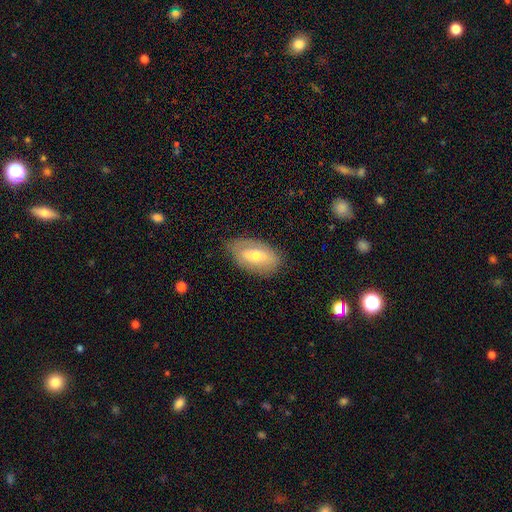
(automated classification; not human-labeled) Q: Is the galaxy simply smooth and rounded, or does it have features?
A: smooth — 53%.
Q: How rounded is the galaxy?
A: in between — 91%.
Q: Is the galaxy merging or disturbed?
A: none — 75%.